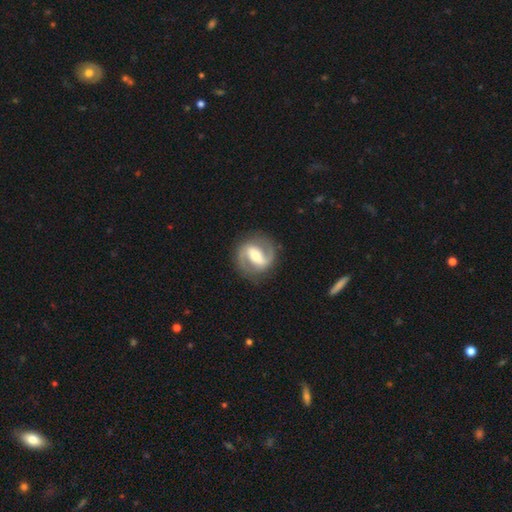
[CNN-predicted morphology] smooth-or-featured: featured or disk: 84% | smooth: 11% | star or artifact: 5%
  disk-edge-on: no: 97% | yes: 3%
    bar: strong: 53% | weak: 33% | no: 14%
    has-spiral-arms: yes: 92% | no: 8%
      spiral-winding: medium: 52% | tight: 27% | loose: 21%
      spiral-arm-count: 2: 91% | can't tell: 3% | 1: 3% | 3: 1% | 4: 1% | more than 4: 1%
    bulge-size: moderate: 62% | small: 25% | large: 10% | none: 1% | dominant: 1%
  merging: none: 84% | minor disturbance: 10% | major disturbance: 5% | merger: 1%